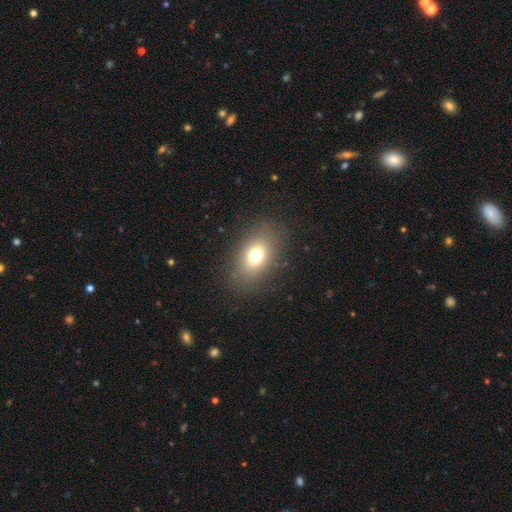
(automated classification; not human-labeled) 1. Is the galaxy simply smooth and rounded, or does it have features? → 72% smooth, 15% featured or disk, 13% star or artifact.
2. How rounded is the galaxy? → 78% in between, 20% round, 2% cigar-shaped.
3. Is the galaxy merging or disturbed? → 84% none, 10% minor disturbance, 5% major disturbance, 1% merger.